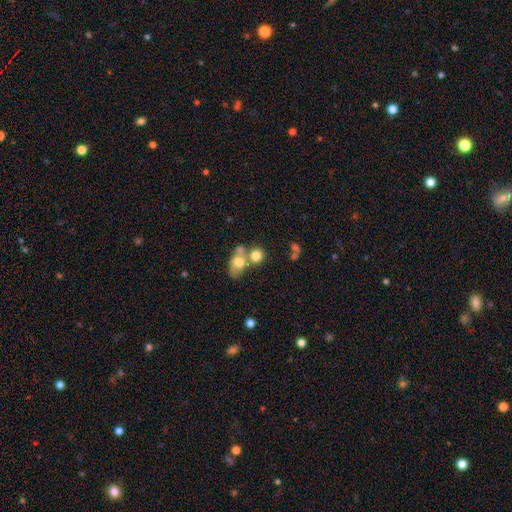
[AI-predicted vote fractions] A smooth galaxy with no disk features (74%) that is round (66%).

Vote fractions:
- Smooth or featured? smooth: 74% / featured or disk: 16% / star or artifact: 10%
- How rounded? round: 66% / in between: 33% / cigar-shaped: 2%
- Merging? merger: 51% / none: 36% / minor disturbance: 8% / major disturbance: 4%